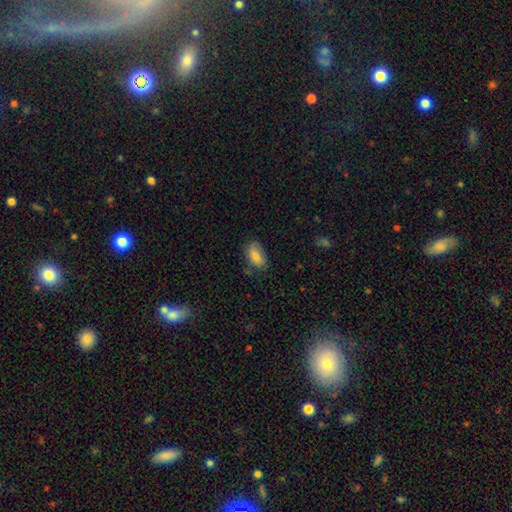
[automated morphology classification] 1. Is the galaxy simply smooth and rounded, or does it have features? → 80% smooth, 12% featured or disk, 7% star or artifact.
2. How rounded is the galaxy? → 92% in between, 5% round, 3% cigar-shaped.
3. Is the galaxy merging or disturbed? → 71% none, 22% minor disturbance, 5% major disturbance, 2% merger.